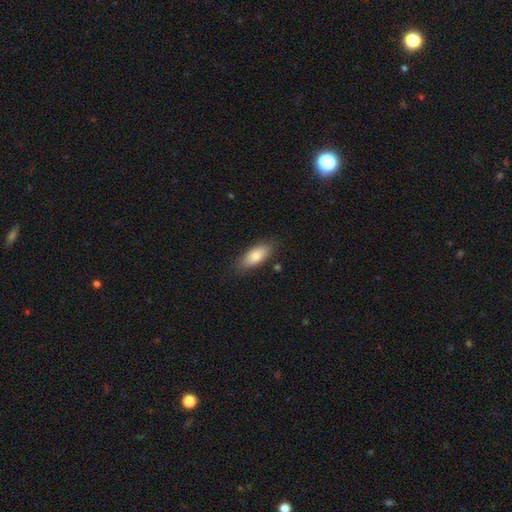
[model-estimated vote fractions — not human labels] Overall: smooth (81%). How rounded: in between (79%). Merging: none (85%).